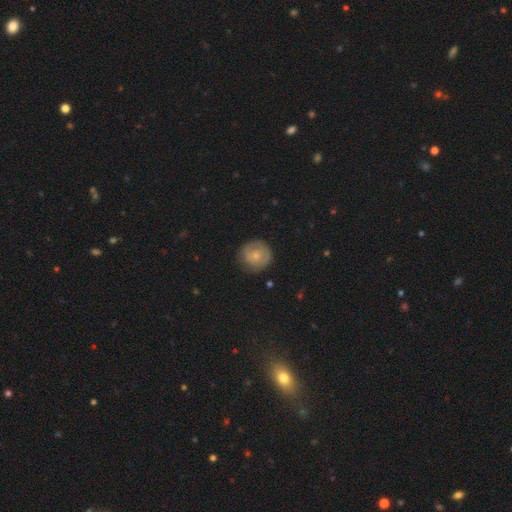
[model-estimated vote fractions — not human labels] The model was most divided on "smooth or featured": smooth: 63%, featured or disk: 31%, star or artifact: 7%. More confident: how rounded — round (92%); merging — none (79%).